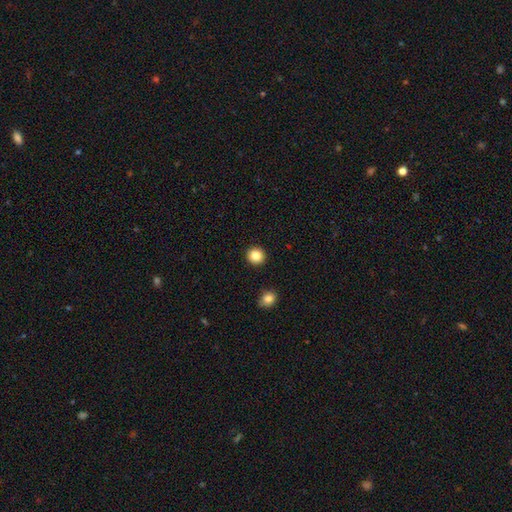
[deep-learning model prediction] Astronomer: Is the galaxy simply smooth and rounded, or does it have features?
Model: smooth — 86%.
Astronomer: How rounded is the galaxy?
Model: round — 92%.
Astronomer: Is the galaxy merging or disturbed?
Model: none — 92%.